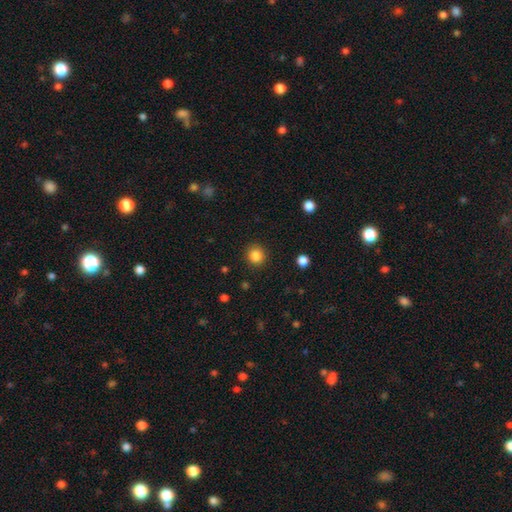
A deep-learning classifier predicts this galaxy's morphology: Q: Smooth or featured?
A: smooth (85%); runner-up: star or artifact (11%)
Q: How rounded?
A: round (91%); runner-up: in between (8%)
Q: Merging?
A: none (90%); runner-up: minor disturbance (6%)